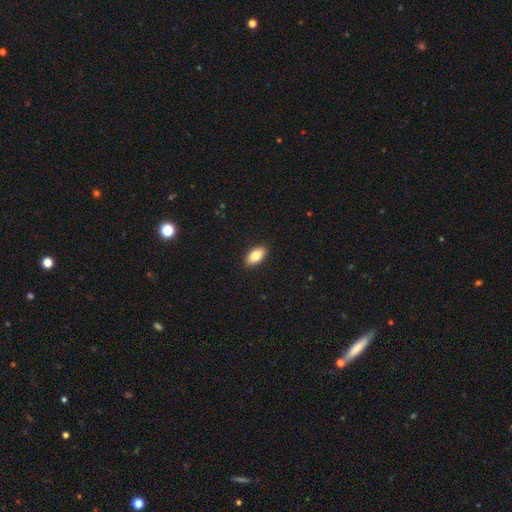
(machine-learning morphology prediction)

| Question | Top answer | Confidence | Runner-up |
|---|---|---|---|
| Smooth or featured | smooth | 81% | featured or disk (12%) |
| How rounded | in between | 91% | cigar-shaped (6%) |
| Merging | none | 90% | minor disturbance (7%) |